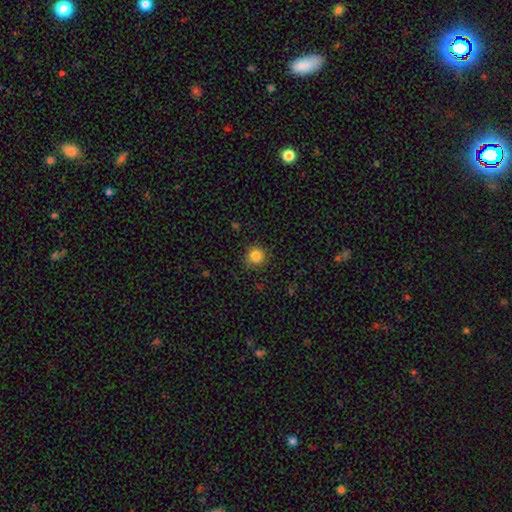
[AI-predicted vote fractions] Smooth or featured?
  - smooth: 85% *
  - star or artifact: 11%
  - featured or disk: 5%
How rounded?
  - round: 92% *
  - in between: 7%
  - cigar-shaped: 1%
Merging?
  - none: 85% *
  - minor disturbance: 11%
  - major disturbance: 3%
  - merger: 1%